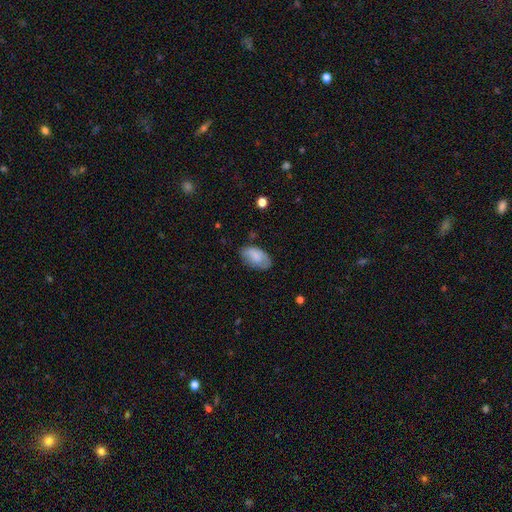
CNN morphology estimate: A smooth galaxy with no disk features (80%) that is in between round and cigar-shaped (94%).

Vote fractions:
- Smooth or featured? smooth: 80% / featured or disk: 13% / star or artifact: 7%
- How rounded? in between: 94% / round: 4% / cigar-shaped: 2%
- Merging? none: 71% / minor disturbance: 23% / major disturbance: 5% / merger: 2%